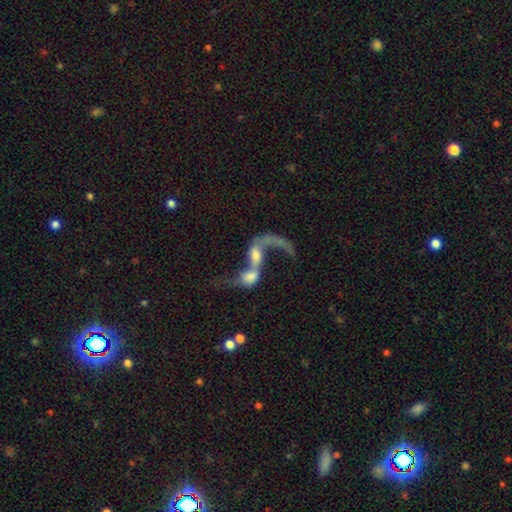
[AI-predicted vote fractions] Q: Smooth or featured?
A: featured or disk (62%); runner-up: smooth (27%)
Q: Edge-on disk?
A: no (93%); runner-up: yes (7%)
Q: Bar?
A: no (64%); runner-up: weak (26%)
Q: Spiral arms?
A: yes (63%); runner-up: no (37%)
Q: Bulge size?
A: moderate (36%); runner-up: small (21%)
Q: Merging?
A: merger (76%); runner-up: major disturbance (12%)